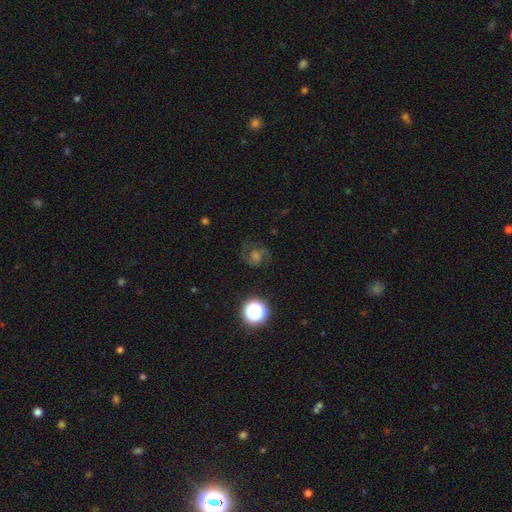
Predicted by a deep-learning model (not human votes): This appears to be a featured or disk galaxy (52%) with no bar (62%), spiral arms (92%) and a moderate central bulge (42%). Merging: none (72%).